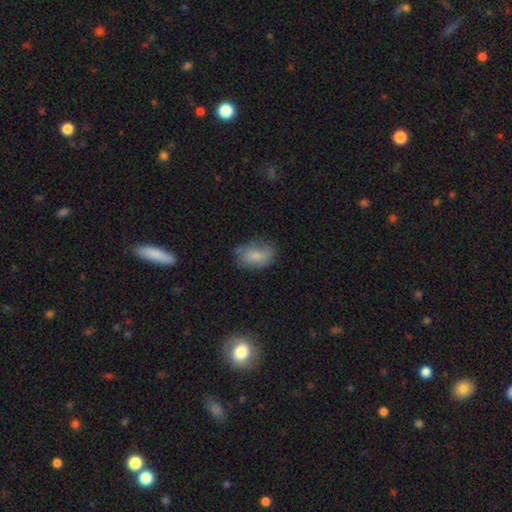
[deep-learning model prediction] Morphology: type=smooth (71%); roundness=in between (86%); merging=none (56%).